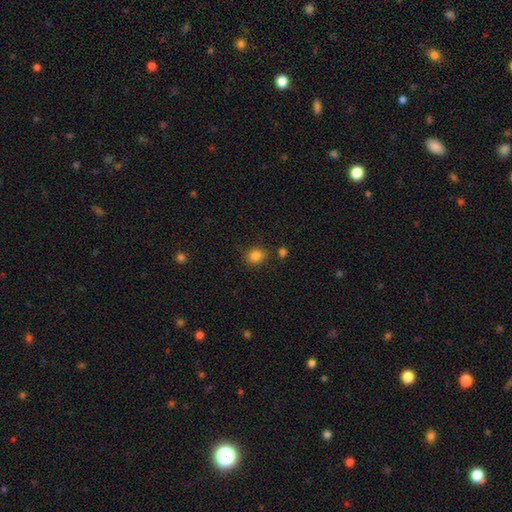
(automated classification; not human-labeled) This is clearly a smooth galaxy (84%). How rounded: likely round (71%). Merging: clearly none (81%).